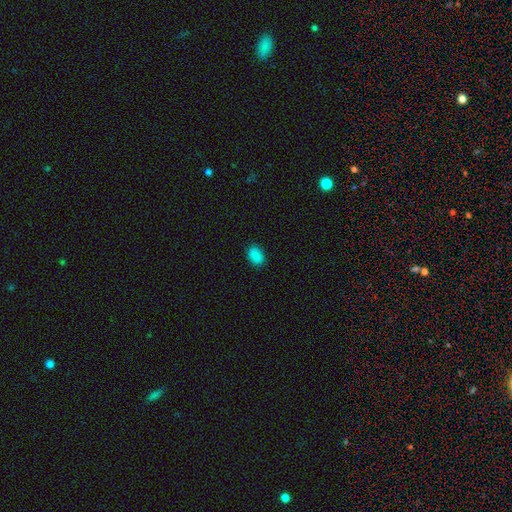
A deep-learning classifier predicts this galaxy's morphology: Smooth or featured?
  - smooth: 87% *
  - star or artifact: 11%
  - featured or disk: 3%
How rounded?
  - in between: 83% *
  - round: 15%
  - cigar-shaped: 1%
Merging?
  - none: 87% *
  - minor disturbance: 10%
  - major disturbance: 2%
  - merger: 1%